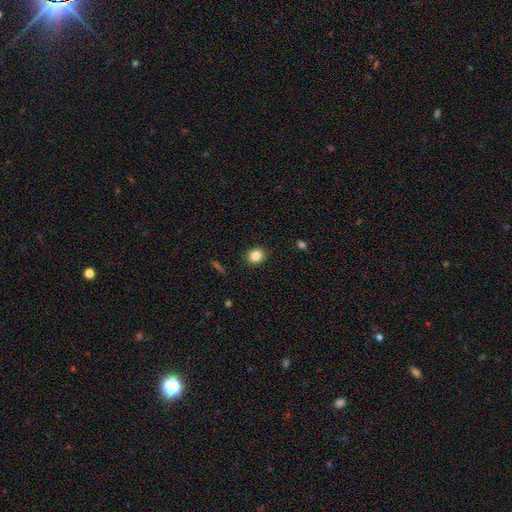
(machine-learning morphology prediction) Smooth or featured? smooth (85%)
How rounded? round (60%)
Merging? none (89%)